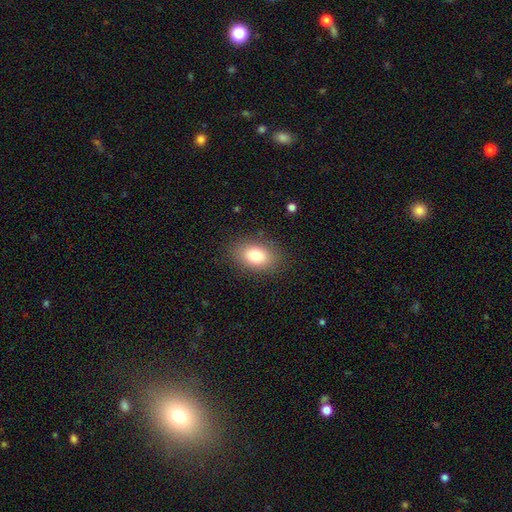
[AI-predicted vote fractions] The model was most divided on "how rounded": in between: 84%, round: 15%, cigar-shaped: 1%. More confident: merging — none (85%); smooth or featured — smooth (80%).